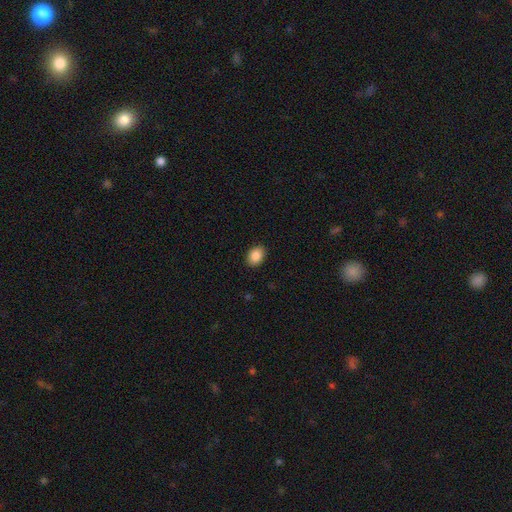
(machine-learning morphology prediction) Q: Smooth or featured?
A: smooth (88%); runner-up: star or artifact (8%)
Q: How rounded?
A: in between (68%); runner-up: round (31%)
Q: Merging?
A: none (90%); runner-up: minor disturbance (7%)